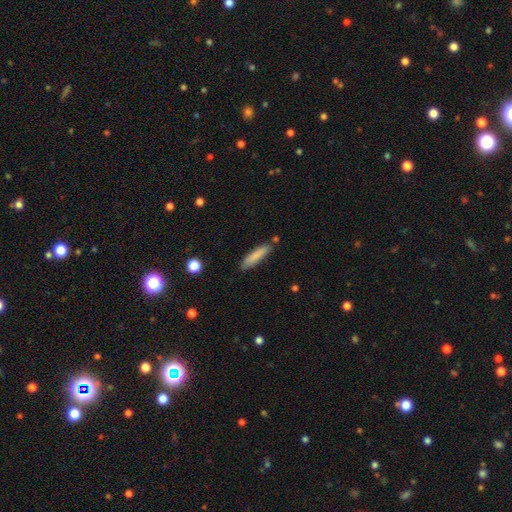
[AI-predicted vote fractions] smooth 83%, featured or disk 11%, star or artifact 6%. Down the decision tree: how rounded — cigar-shaped (82%); merging — none (82%).